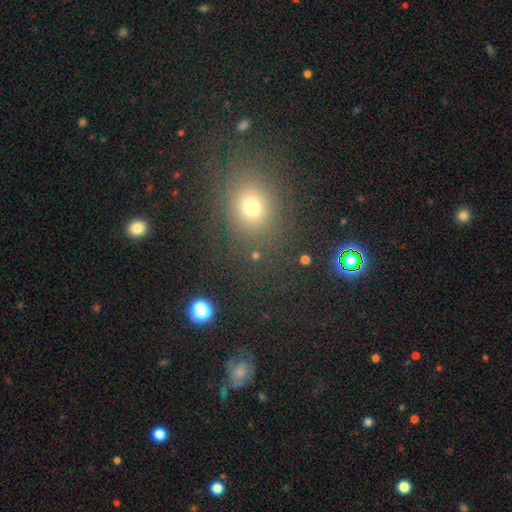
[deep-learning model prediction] smooth 61%, star or artifact 29%, featured or disk 10%. Down the decision tree: how rounded — round (73%); merging — none (82%).